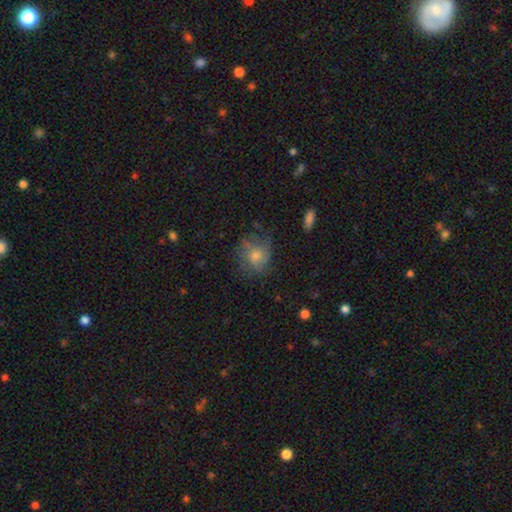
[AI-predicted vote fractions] smooth 53%, featured or disk 34%, star or artifact 13%. Down the decision tree: how rounded — round (69%); merging — none (59%).